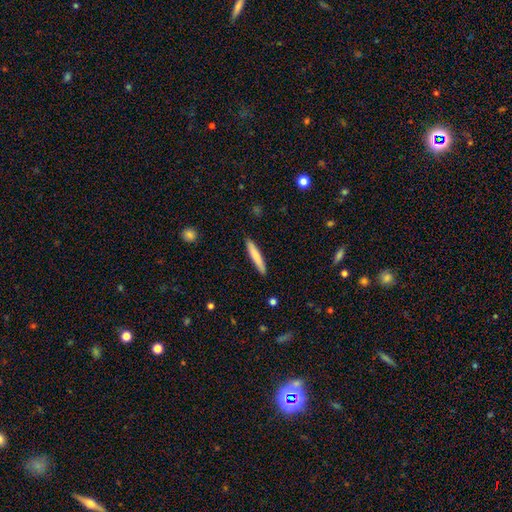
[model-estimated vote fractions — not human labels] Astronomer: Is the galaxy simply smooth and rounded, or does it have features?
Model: smooth — 77%.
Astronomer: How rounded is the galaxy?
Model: cigar-shaped — 93%.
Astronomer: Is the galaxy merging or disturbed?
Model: none — 91%.